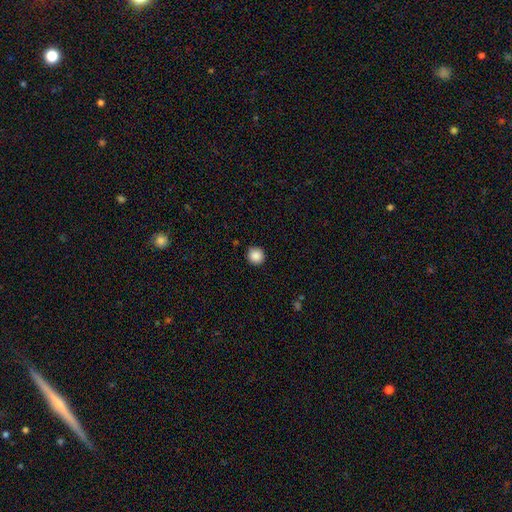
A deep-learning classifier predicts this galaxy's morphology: Smooth or featured: smooth — 88% (star or artifact — 9%)
How rounded: round — 94% (in between — 5%)
Merging: none — 91% (minor disturbance — 6%)